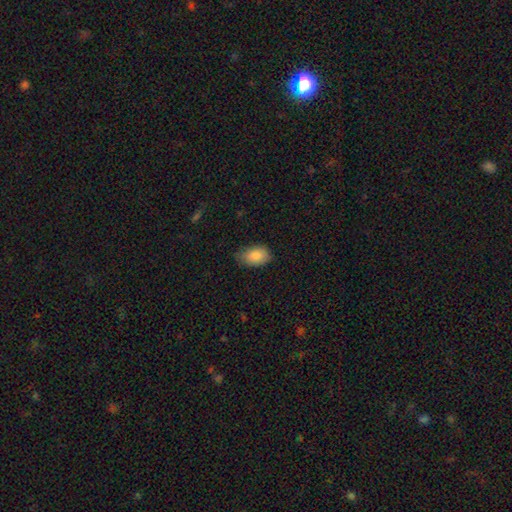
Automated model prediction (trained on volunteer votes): A smooth galaxy with no disk features (85%) that is in between round and cigar-shaped (90%).

Vote fractions:
- Smooth or featured? smooth: 85% / featured or disk: 8% / star or artifact: 7%
- How rounded? in between: 90% / round: 9% / cigar-shaped: 1%
- Merging? none: 68% / minor disturbance: 27% / major disturbance: 4% / merger: 1%